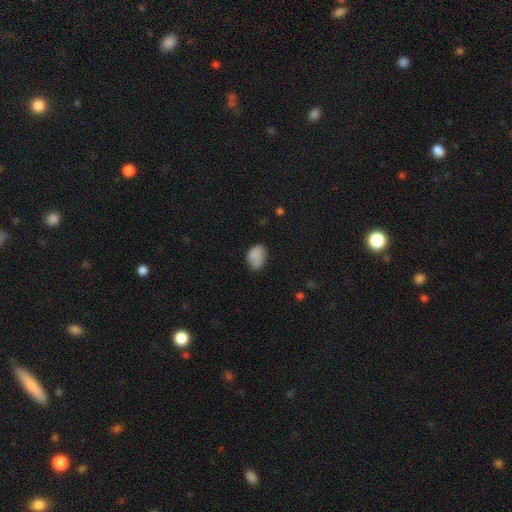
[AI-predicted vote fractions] Smooth or featured?
  - smooth: 84% *
  - star or artifact: 9%
  - featured or disk: 7%
How rounded?
  - in between: 79% *
  - round: 20%
  - cigar-shaped: 1%
Merging?
  - none: 66% *
  - minor disturbance: 26%
  - major disturbance: 6%
  - merger: 2%